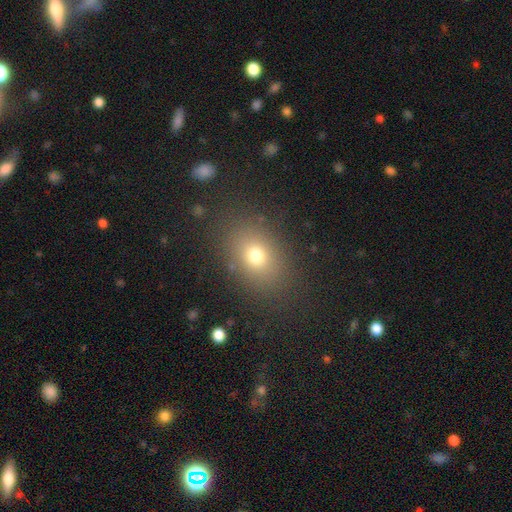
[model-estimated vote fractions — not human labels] smooth_or_featured: smooth (p=0.73) [alt: star or artifact p=0.16]
how_rounded: in between (p=0.65) [alt: round p=0.34]
merging: none (p=0.83) [alt: minor disturbance p=0.10]